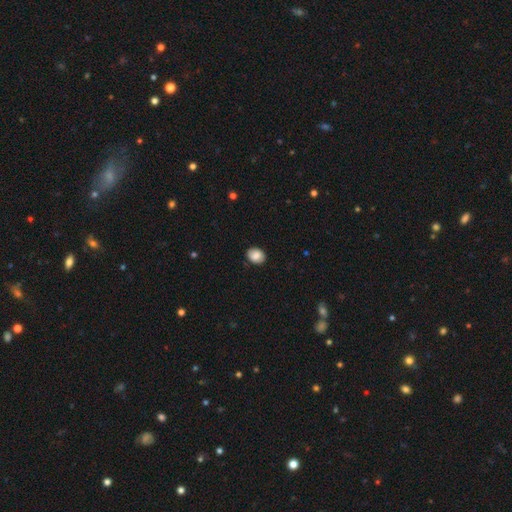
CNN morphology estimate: type=smooth (84%); roundness=in between (64%); merging=none (86%).